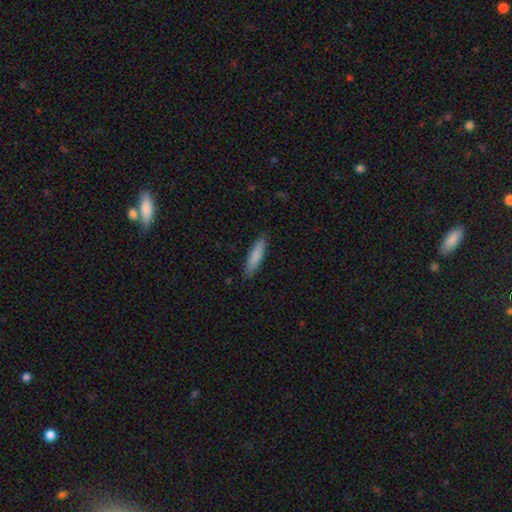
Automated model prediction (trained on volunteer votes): A smooth galaxy with no disk features (83%) that is cigar-shaped (80%).

Vote fractions:
- Smooth or featured? smooth: 83% / featured or disk: 12% / star or artifact: 6%
- How rounded? cigar-shaped: 80% / in between: 19% / round: 1%
- Merging? none: 88% / minor disturbance: 10% / major disturbance: 2% / merger: 1%